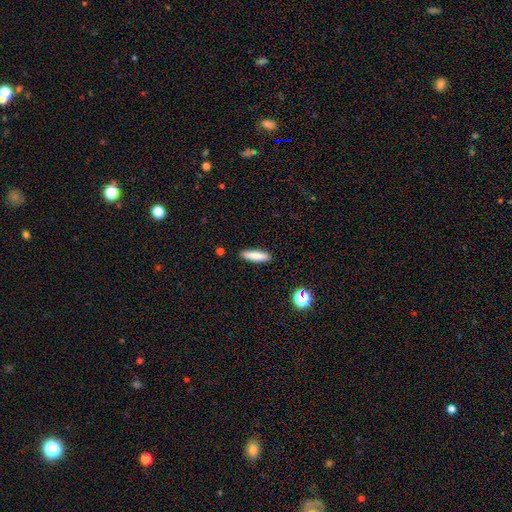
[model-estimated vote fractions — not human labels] smooth 82%, featured or disk 10%, star or artifact 7%. Down the decision tree: how rounded — cigar-shaped (69%); merging — none (89%).